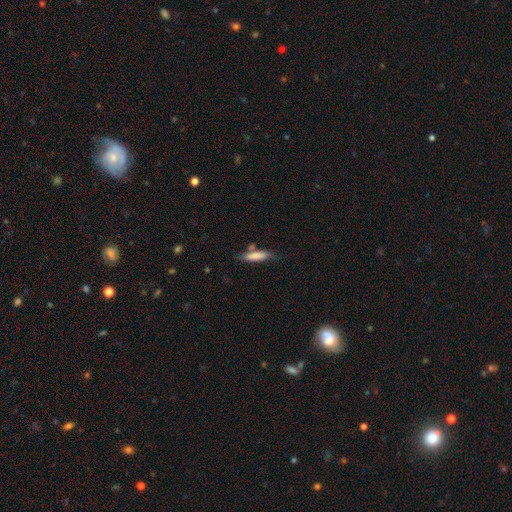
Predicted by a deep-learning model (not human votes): Q: Smooth or featured?
A: smooth (80%); runner-up: featured or disk (14%)
Q: How rounded?
A: cigar-shaped (75%); runner-up: in between (24%)
Q: Merging?
A: none (67%); runner-up: minor disturbance (19%)